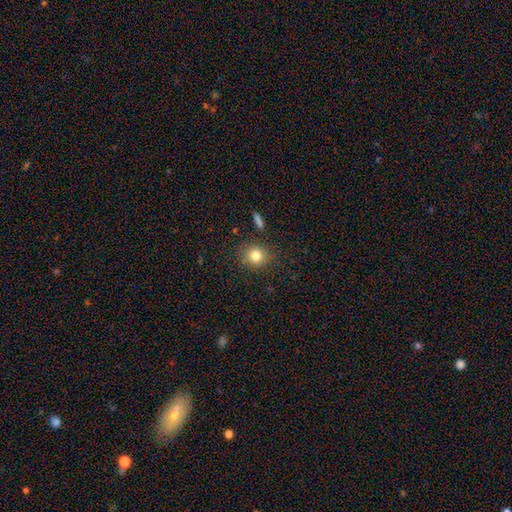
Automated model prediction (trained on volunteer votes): The model was most divided on "how rounded": round: 82%, in between: 17%, cigar-shaped: 1%. More confident: merging — none (85%); smooth or featured — smooth (80%).